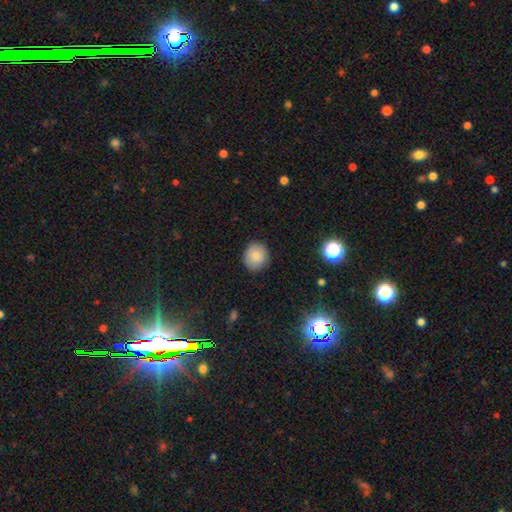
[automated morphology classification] Smooth or featured?
  - smooth: 86% *
  - star or artifact: 9%
  - featured or disk: 5%
How rounded?
  - round: 79% *
  - in between: 20%
  - cigar-shaped: 1%
Merging?
  - none: 87% *
  - minor disturbance: 10%
  - major disturbance: 2%
  - merger: 1%